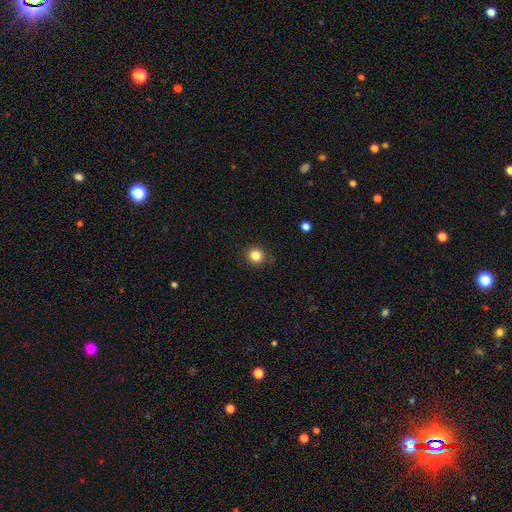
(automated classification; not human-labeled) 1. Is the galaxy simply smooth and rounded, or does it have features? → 84% smooth, 11% star or artifact, 5% featured or disk.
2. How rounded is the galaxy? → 88% round, 11% in between, 1% cigar-shaped.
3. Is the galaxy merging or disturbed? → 84% none, 12% minor disturbance, 3% major disturbance, 1% merger.